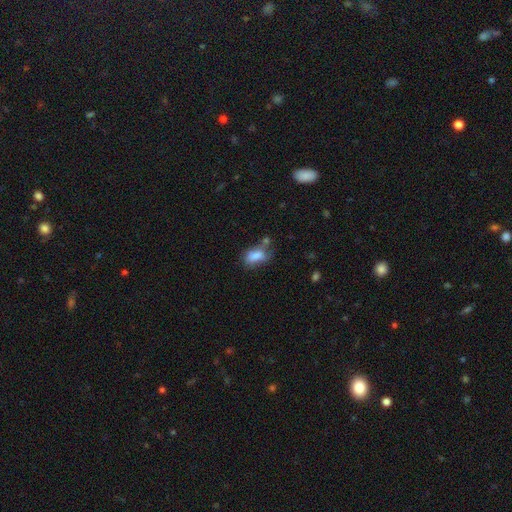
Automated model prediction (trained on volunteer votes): Smooth or featured? smooth (76%)
How rounded? in between (86%)
Merging? none (41%)